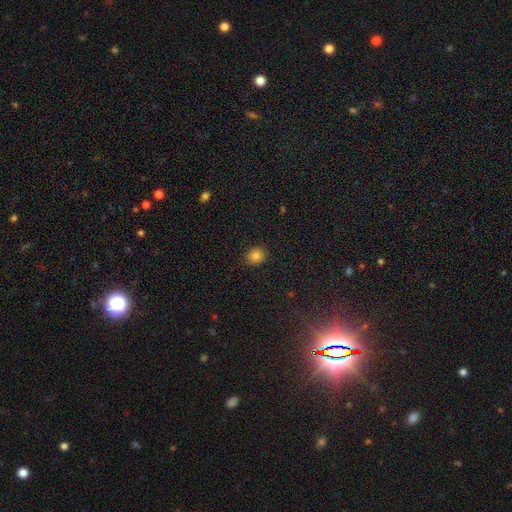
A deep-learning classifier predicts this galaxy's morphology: Smooth or featured: smooth — 83% (star or artifact — 12%)
How rounded: round — 70% (in between — 29%)
Merging: none — 84% (minor disturbance — 12%)